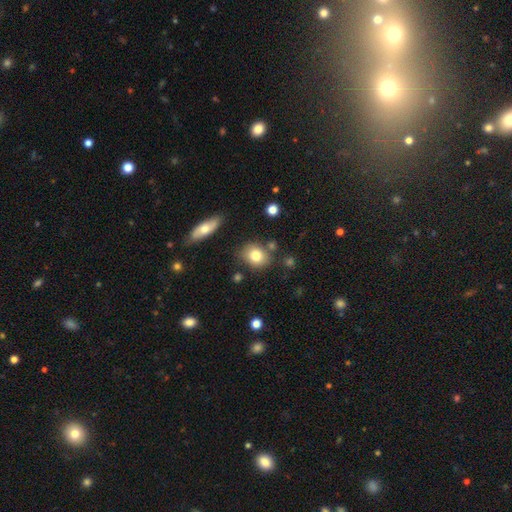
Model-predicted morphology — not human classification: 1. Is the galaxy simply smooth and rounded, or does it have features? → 79% smooth, 12% featured or disk, 9% star or artifact.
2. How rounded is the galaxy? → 55% round, 44% in between, 2% cigar-shaped.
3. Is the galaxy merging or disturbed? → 75% none, 14% minor disturbance, 7% merger, 4% major disturbance.